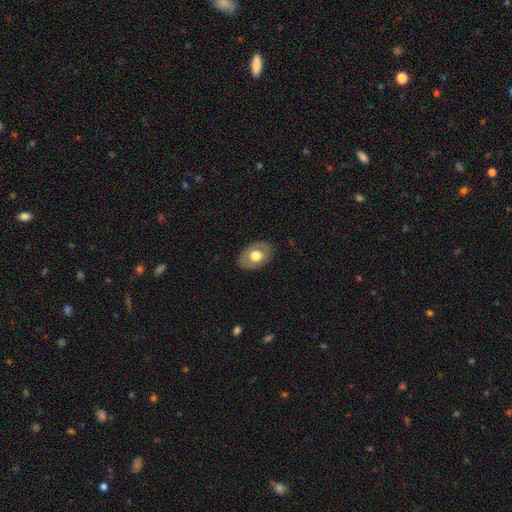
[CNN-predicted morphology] smooth_or_featured: smooth (p=0.56) [alt: featured or disk p=0.37]
how_rounded: in between (p=0.79) [alt: round p=0.20]
merging: none (p=0.83) [alt: minor disturbance p=0.13]